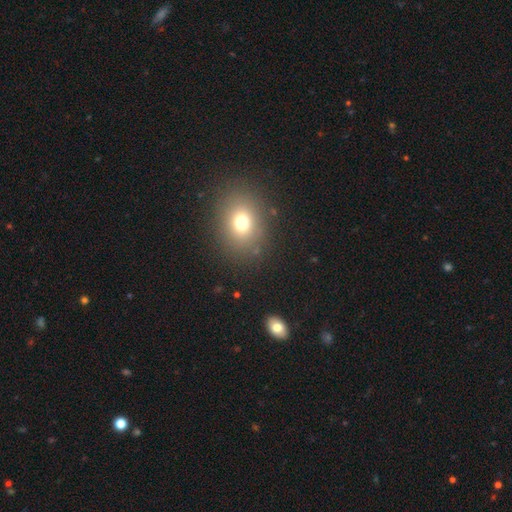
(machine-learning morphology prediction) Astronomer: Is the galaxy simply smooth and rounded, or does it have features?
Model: smooth — 68%.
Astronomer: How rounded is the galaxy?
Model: round — 53% (runner-up: in between, 45%).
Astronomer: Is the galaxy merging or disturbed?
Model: none — 91%.